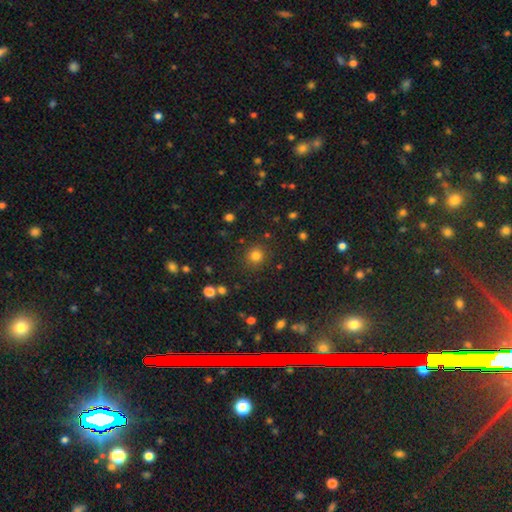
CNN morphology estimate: This appears to be a smooth galaxy with no disk features (81%) that is round (91%). Merging: none (87%).